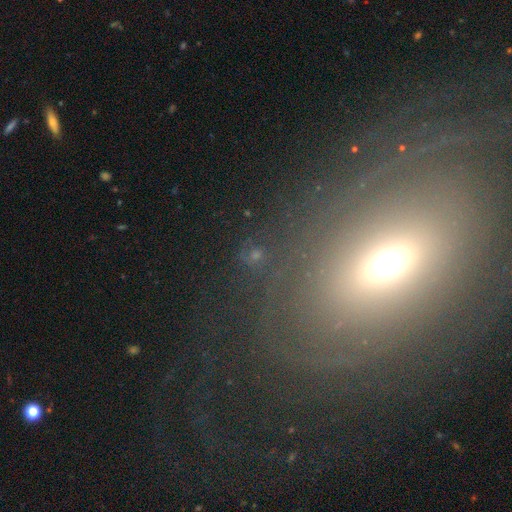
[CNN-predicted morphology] Smooth or featured? star or artifact (51%)